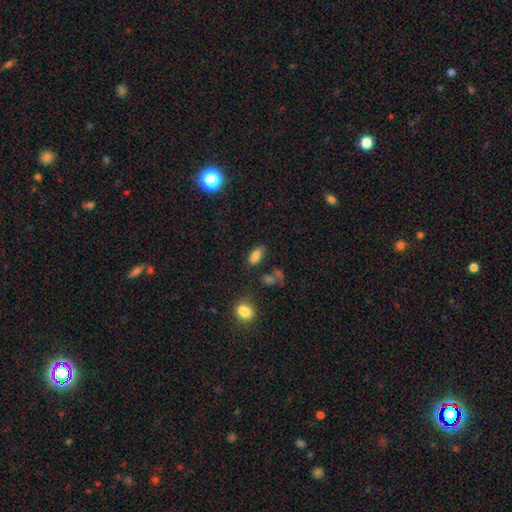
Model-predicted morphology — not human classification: smooth 79%, star or artifact 12%, featured or disk 9%. Down the decision tree: how rounded — in between (88%); merging — none (70%).